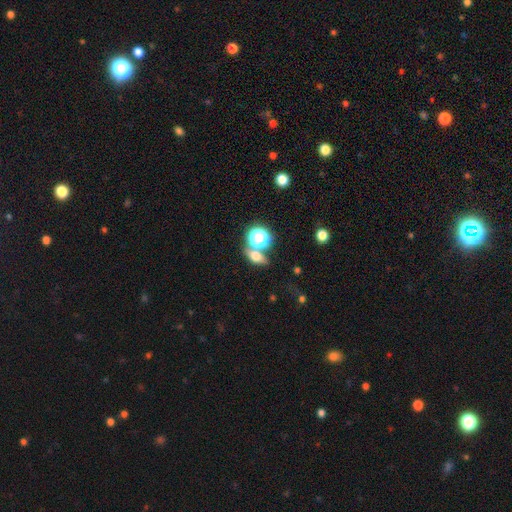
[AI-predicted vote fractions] Morphology: type=smooth (60%); roundness=in between (57%); merging=none (63%).